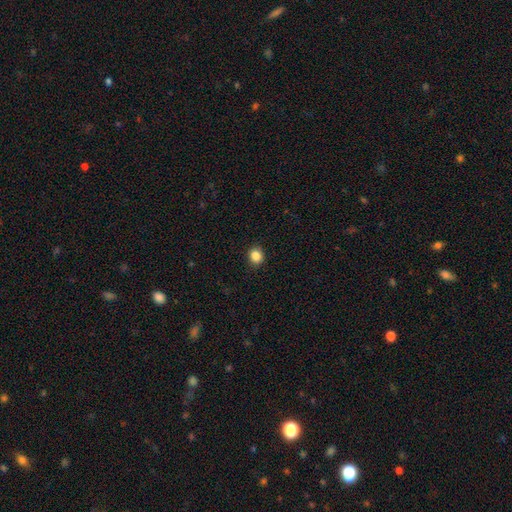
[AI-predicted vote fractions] Smooth or featured? Predicted: smooth (p=0.86). How rounded? Predicted: round (p=0.79). Merging? Predicted: none (p=0.91).